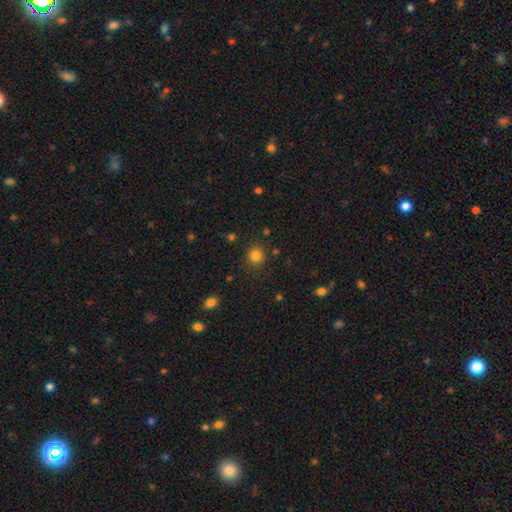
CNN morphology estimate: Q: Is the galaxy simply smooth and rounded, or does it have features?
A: smooth — 82%.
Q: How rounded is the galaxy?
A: round — 89%.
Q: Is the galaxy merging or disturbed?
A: none — 86%.